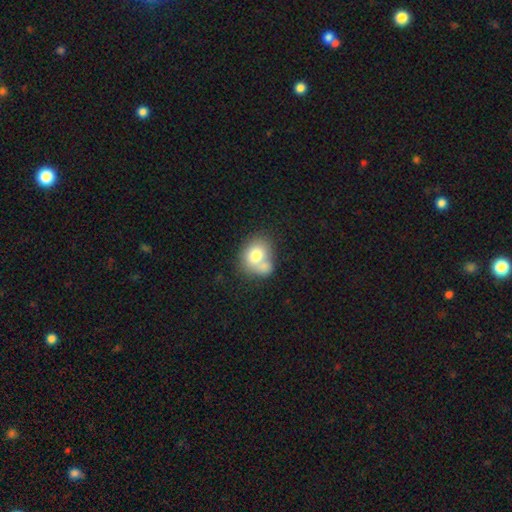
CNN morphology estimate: Smooth or featured: smooth — 74% (featured or disk — 17%)
How rounded: round — 50% (in between — 49%)
Merging: merger — 47% (none — 34%)